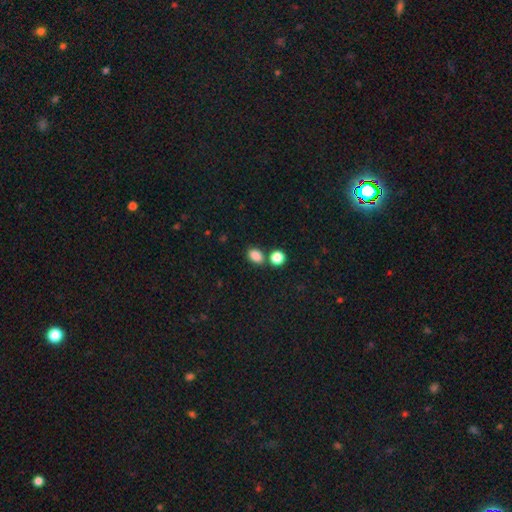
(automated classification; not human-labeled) Smooth or featured?
  - smooth: 85% *
  - star or artifact: 10%
  - featured or disk: 4%
How rounded?
  - in between: 72% *
  - round: 26%
  - cigar-shaped: 1%
Merging?
  - none: 65% *
  - merger: 21%
  - minor disturbance: 11%
  - major disturbance: 3%